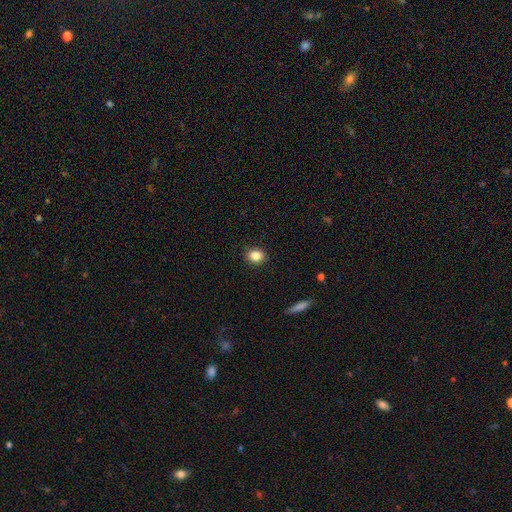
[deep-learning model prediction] Morphology: type=smooth (84%); roundness=round (65%); merging=none (90%).